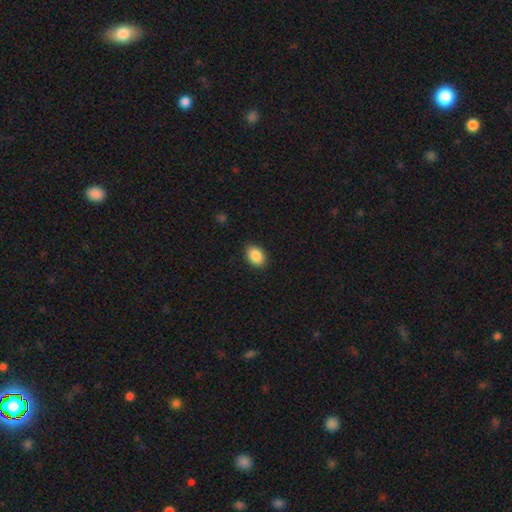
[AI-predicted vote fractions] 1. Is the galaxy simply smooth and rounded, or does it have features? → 89% smooth, 7% star or artifact, 4% featured or disk.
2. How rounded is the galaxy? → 81% in between, 18% round, 1% cigar-shaped.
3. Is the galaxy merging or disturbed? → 89% none, 8% minor disturbance, 2% major disturbance, 1% merger.